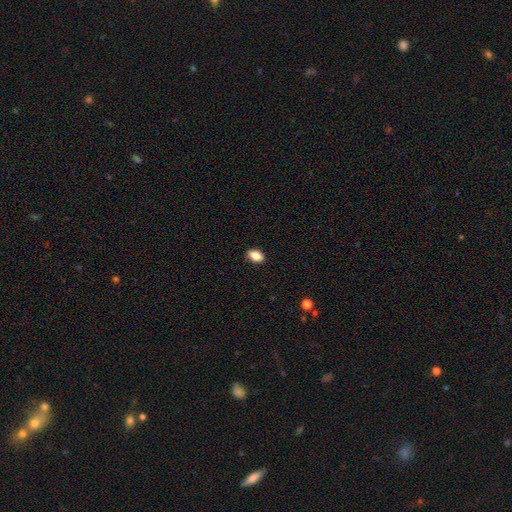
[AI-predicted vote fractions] Smooth or featured? smooth (86%)
How rounded? in between (86%)
Merging? none (89%)